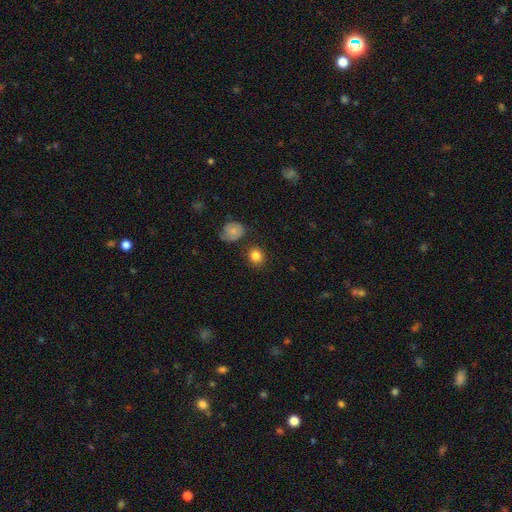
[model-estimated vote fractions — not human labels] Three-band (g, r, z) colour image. It shows a smooth galaxy with no disk features (84%) that is round (78%). Merging: none (82%).